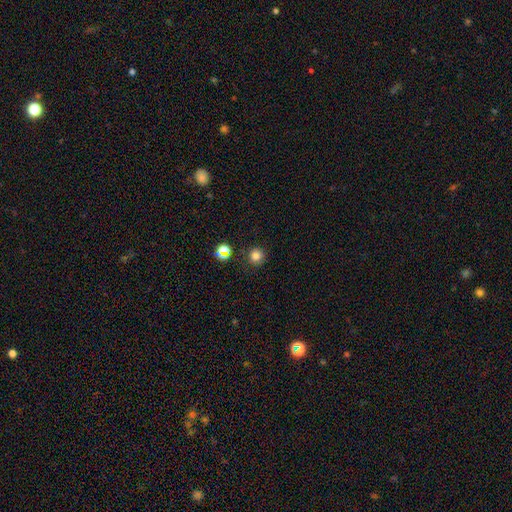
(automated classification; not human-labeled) A smooth galaxy with no disk features (79%) that is round (94%).

Vote fractions:
- Smooth or featured? smooth: 79% / star or artifact: 16% / featured or disk: 5%
- How rounded? round: 94% / in between: 5% / cigar-shaped: 1%
- Merging? none: 88% / minor disturbance: 7% / merger: 3% / major disturbance: 2%